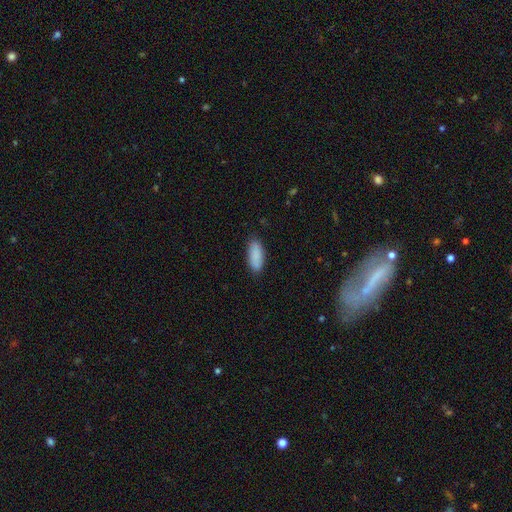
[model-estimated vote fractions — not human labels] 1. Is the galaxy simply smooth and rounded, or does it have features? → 89% smooth, 6% star or artifact, 5% featured or disk.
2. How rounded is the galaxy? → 80% in between, 18% cigar-shaped, 2% round.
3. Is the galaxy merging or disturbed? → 85% none, 12% minor disturbance, 2% major disturbance, 1% merger.